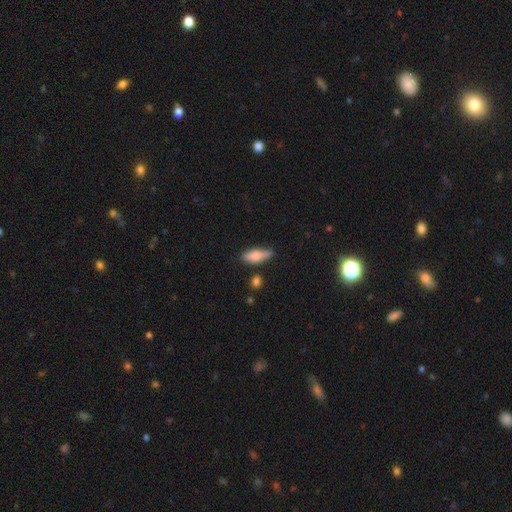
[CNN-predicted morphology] smooth_or_featured: smooth (p=0.75) [alt: featured or disk p=0.18]
how_rounded: in between (p=0.65) [alt: cigar-shaped p=0.32]
merging: none (p=0.64) [alt: minor disturbance p=0.26]